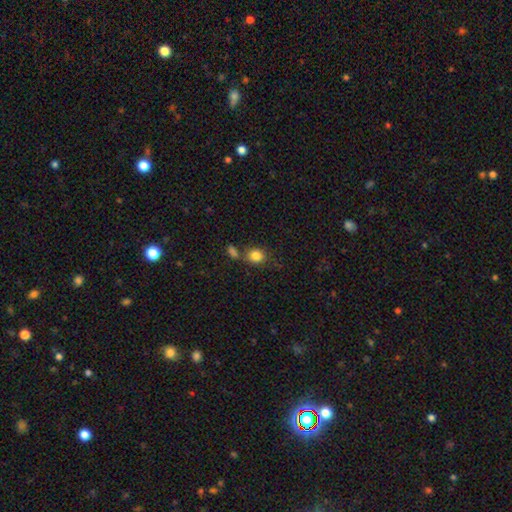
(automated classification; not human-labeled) Smooth or featured: smooth — 83% (star or artifact — 10%)
How rounded: round — 66% (in between — 33%)
Merging: none — 61% (merger — 20%)